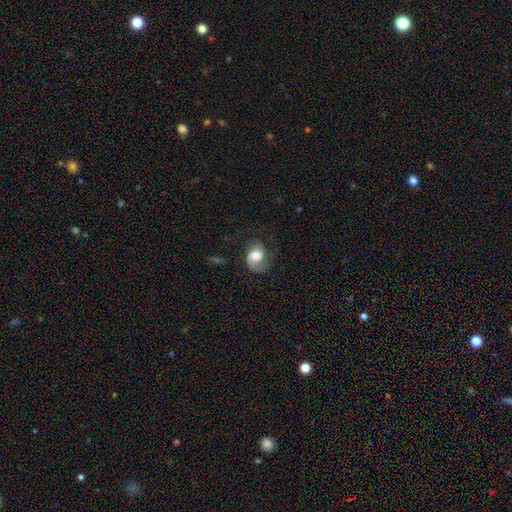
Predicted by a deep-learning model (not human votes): smooth_or_featured: featured or disk (p=0.54) [alt: smooth p=0.38]
disk_edge_on: no (p=0.97) [alt: yes p=0.03]
bar: no (p=0.62) [alt: weak p=0.31]
has_spiral_arms: yes (p=0.87) [alt: no p=0.13]
bulge_size: moderate (p=0.43) [tied with: large p=0.43]
merging: none (p=0.52) [alt: minor disturbance p=0.24]